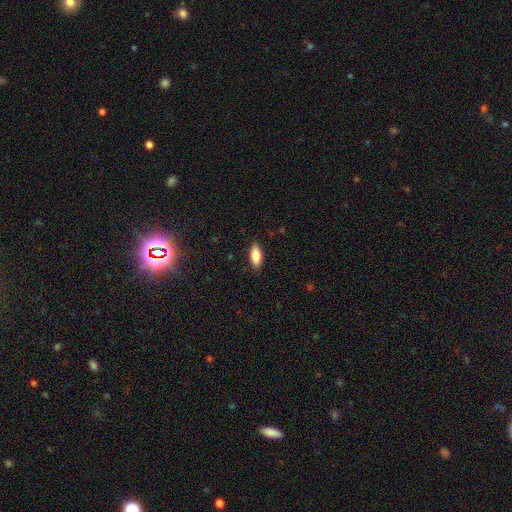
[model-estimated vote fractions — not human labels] The model was most divided on "how rounded": in between: 82%, cigar-shaped: 16%, round: 2%. More confident: merging — none (87%); smooth or featured — smooth (86%).